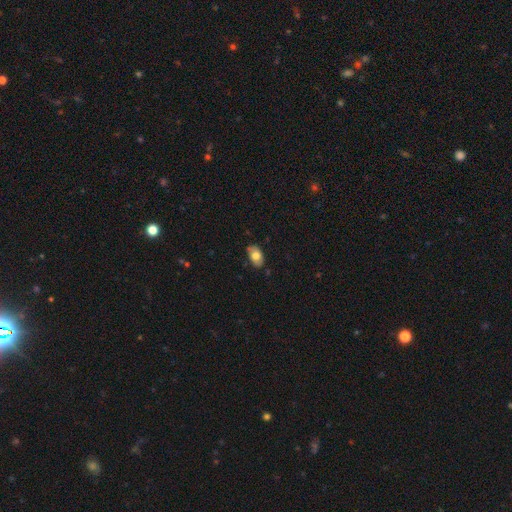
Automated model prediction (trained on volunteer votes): Overall: smooth (71%). How rounded: in between (92%). Merging: none (78%).